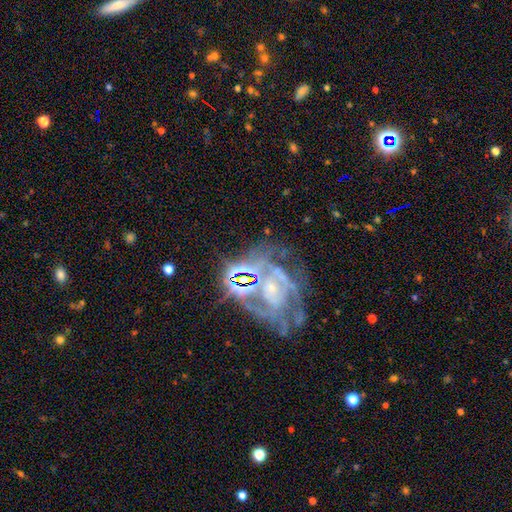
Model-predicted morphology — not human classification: A featured or disk galaxy (76%) with no bar (56%), tight (57%) spiral arms (87%) and a small central bulge (69%). Merging: none (54%).